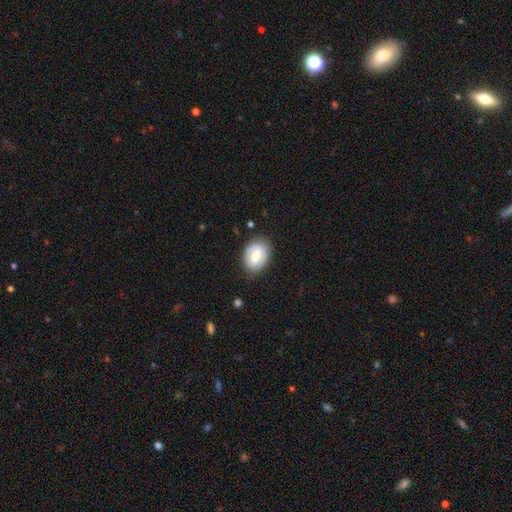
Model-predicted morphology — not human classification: type=smooth (64%); roundness=in between (75%); merging=none (78%).